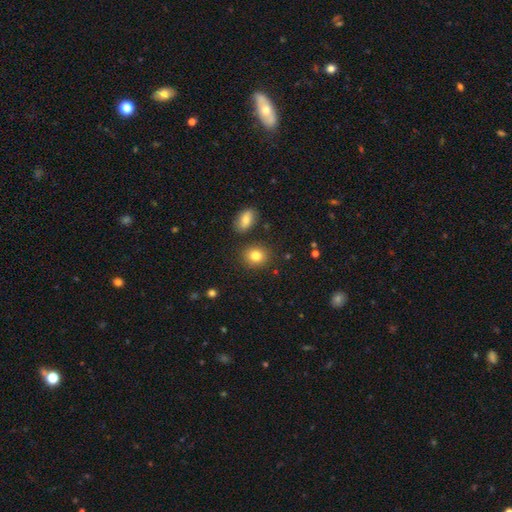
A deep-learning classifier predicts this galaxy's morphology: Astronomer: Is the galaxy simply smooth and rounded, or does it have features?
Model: smooth — 82%.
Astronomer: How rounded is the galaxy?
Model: round — 66%.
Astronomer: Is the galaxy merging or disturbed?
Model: none — 84%.